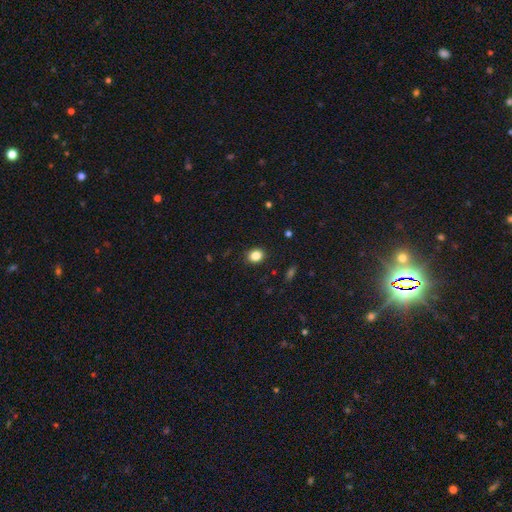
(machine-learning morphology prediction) smooth-or-featured: smooth: 84% | star or artifact: 11% | featured or disk: 5%
  how-rounded: round: 59% | in between: 40% | cigar-shaped: 1%
  merging: none: 89% | minor disturbance: 8% | major disturbance: 2% | merger: 1%